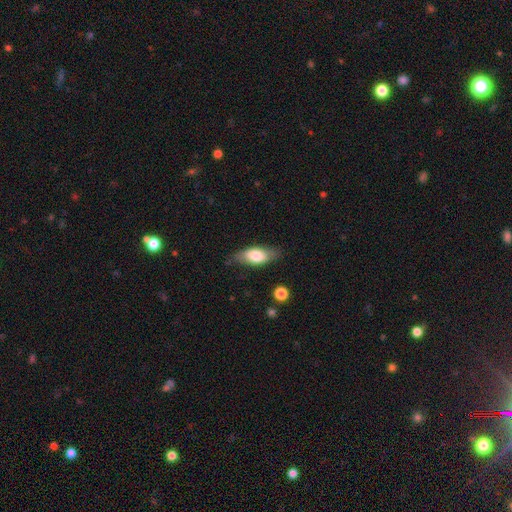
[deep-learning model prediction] Smooth or featured: smooth — 70% (featured or disk — 24%)
How rounded: in between — 81% (cigar-shaped — 16%)
Merging: none — 74% (minor disturbance — 20%)